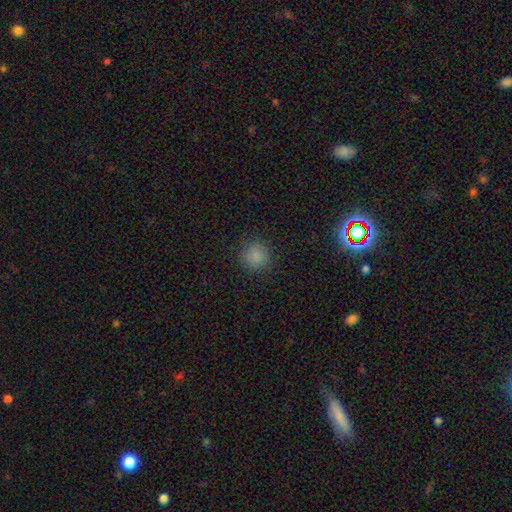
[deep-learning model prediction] A smooth galaxy with no disk features (84%) that is round (94%). Merging: none (89%).